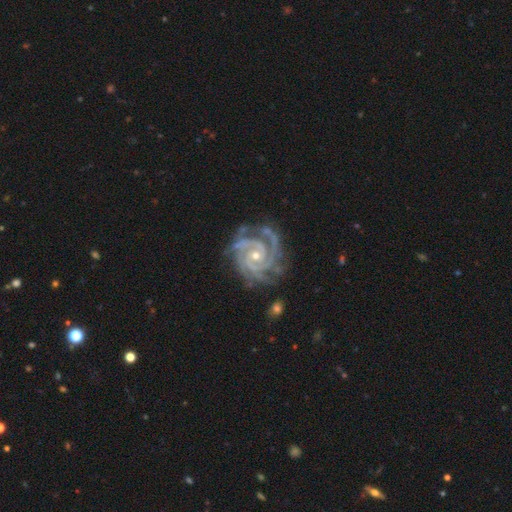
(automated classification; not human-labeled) The model was most divided on "spiral arm count": 3: 42%, 4: 20%, 2: 19%, can't tell: 8%, more than 4: 6%, 1: 5%. More confident: spiral arms — yes (99%); edge-on disk — no (98%); smooth or featured — featured or disk (93%); spiral winding — tight (74%); merging — none (70%); bar — no (64%); bulge size — small (61%).